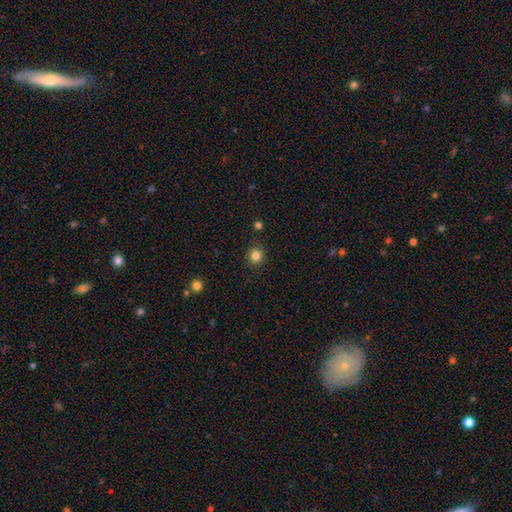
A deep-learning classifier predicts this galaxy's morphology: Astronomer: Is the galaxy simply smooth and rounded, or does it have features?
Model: smooth — 83%.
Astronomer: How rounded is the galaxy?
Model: round — 92%.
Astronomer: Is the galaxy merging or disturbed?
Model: none — 90%.